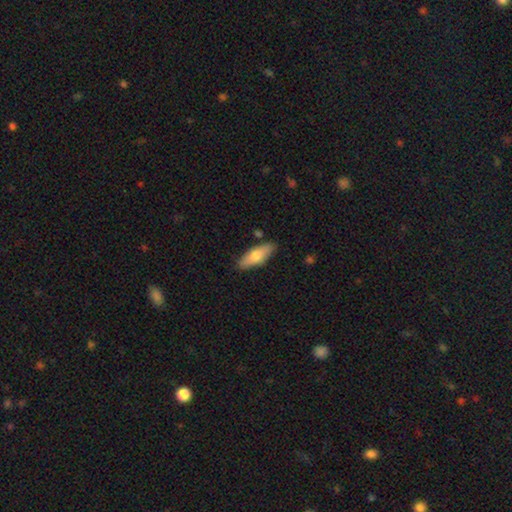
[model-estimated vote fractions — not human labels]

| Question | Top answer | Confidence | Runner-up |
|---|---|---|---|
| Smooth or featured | smooth | 71% | featured or disk (24%) |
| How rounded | in between | 66% | cigar-shaped (32%) |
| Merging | none | 83% | minor disturbance (12%) |